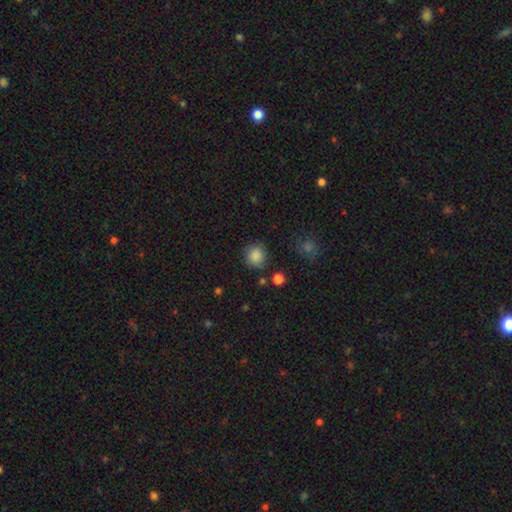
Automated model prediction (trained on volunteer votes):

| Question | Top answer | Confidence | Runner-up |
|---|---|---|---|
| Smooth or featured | smooth | 86% | star or artifact (10%) |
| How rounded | round | 90% | in between (9%) |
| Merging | none | 84% | minor disturbance (10%) |